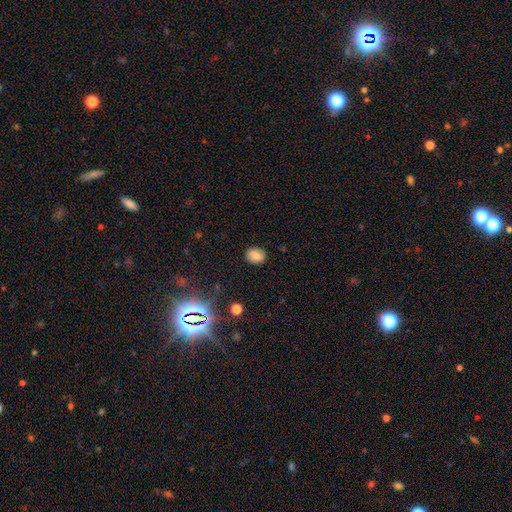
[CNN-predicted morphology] Smooth or featured: smooth — 76% (star or artifact — 13%)
How rounded: in between — 60% (round — 39%)
Merging: none — 84% (minor disturbance — 11%)